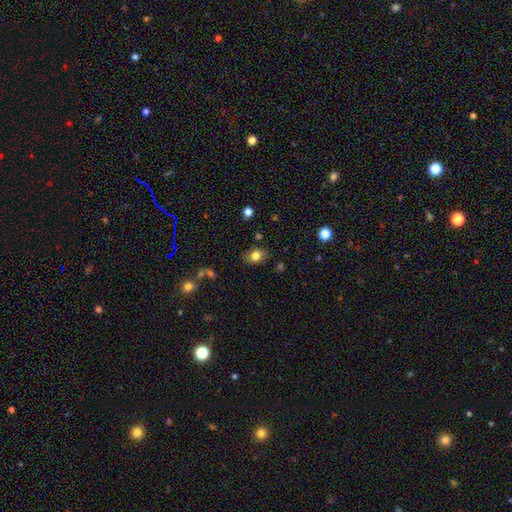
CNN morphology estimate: Q: Smooth or featured?
A: smooth (80%); runner-up: star or artifact (11%)
Q: How rounded?
A: in between (57%); runner-up: round (41%)
Q: Merging?
A: none (81%); runner-up: minor disturbance (14%)